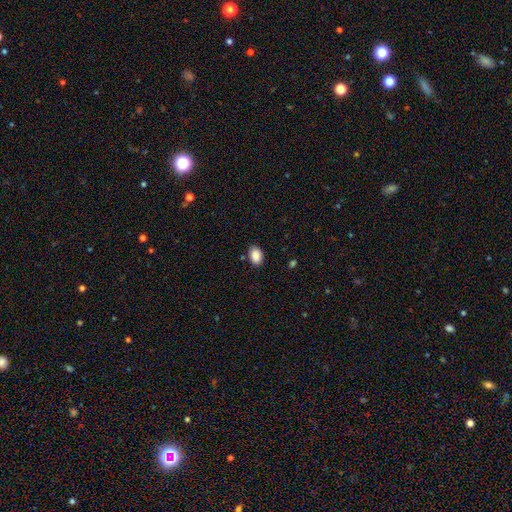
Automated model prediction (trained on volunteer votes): This is clearly a smooth galaxy (89%). How rounded: clearly in between (83%). Merging: clearly none (83%).